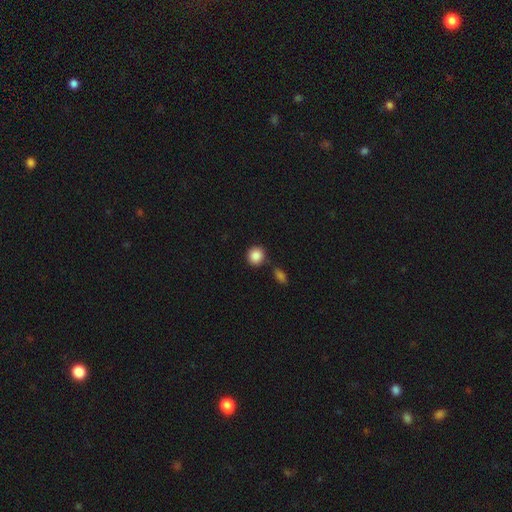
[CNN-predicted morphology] smooth-or-featured: smooth: 88% | star or artifact: 8% | featured or disk: 4%
  how-rounded: round: 90% | in between: 9% | cigar-shaped: 1%
  merging: none: 80% | minor disturbance: 10% | merger: 7% | major disturbance: 3%